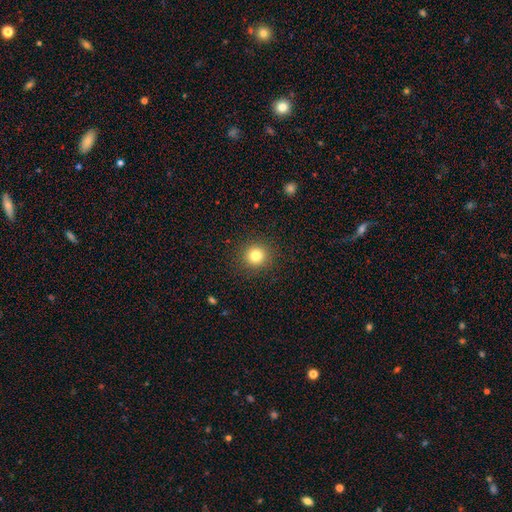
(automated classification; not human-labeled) A smooth galaxy with no disk features (82%) that is round (93%).

Vote fractions:
- Smooth or featured? smooth: 82% / star or artifact: 12% / featured or disk: 6%
- How rounded? round: 93% / in between: 6% / cigar-shaped: 1%
- Merging? none: 91% / minor disturbance: 6% / major disturbance: 2% / merger: 1%